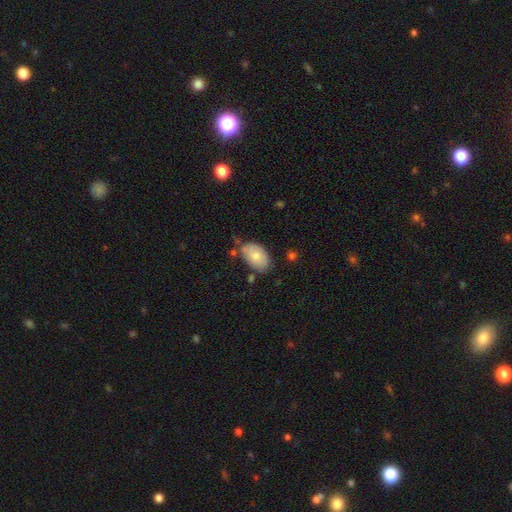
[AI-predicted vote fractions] Smooth or featured? Predicted: smooth (p=0.77). How rounded? Predicted: in between (p=0.91). Merging? Predicted: none (p=0.64).